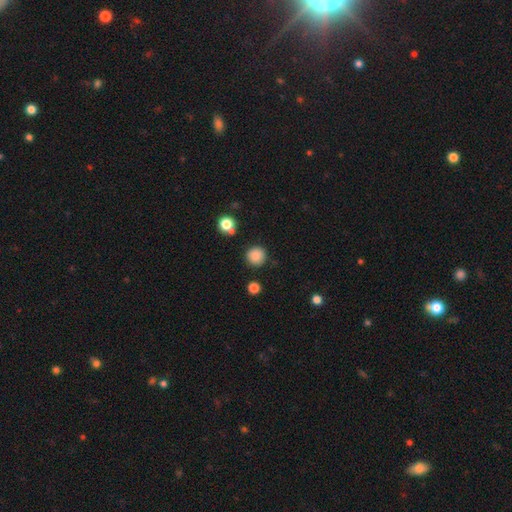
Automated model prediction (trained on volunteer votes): A smooth galaxy with no disk features (85%) that is round (94%).

Vote fractions:
- Smooth or featured? smooth: 85% / star or artifact: 11% / featured or disk: 5%
- How rounded? round: 94% / in between: 5% / cigar-shaped: 1%
- Merging? none: 87% / minor disturbance: 7% / merger: 3% / major disturbance: 2%